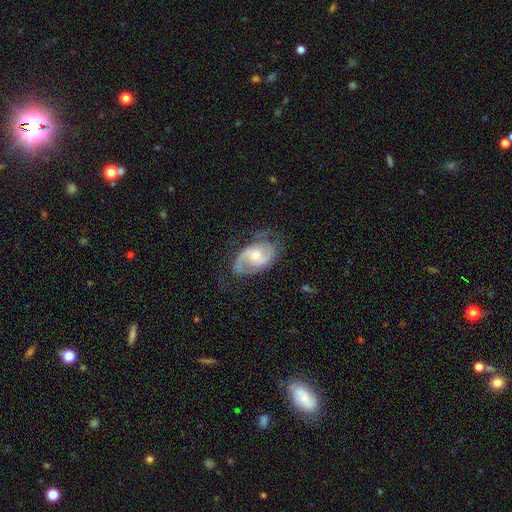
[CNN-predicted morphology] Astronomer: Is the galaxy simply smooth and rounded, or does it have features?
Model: featured or disk — 77%.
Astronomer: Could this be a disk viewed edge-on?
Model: no — 96%.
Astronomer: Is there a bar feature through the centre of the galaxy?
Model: no — 52% (runner-up: weak, 39%).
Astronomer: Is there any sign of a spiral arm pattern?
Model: yes — 92%.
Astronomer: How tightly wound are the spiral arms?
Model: medium — 47% (runner-up: loose, 33%).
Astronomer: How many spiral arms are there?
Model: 2 — 77%.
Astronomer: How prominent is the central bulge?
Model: moderate — 47% (runner-up: small, 45%).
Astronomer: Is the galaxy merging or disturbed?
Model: none — 61%.